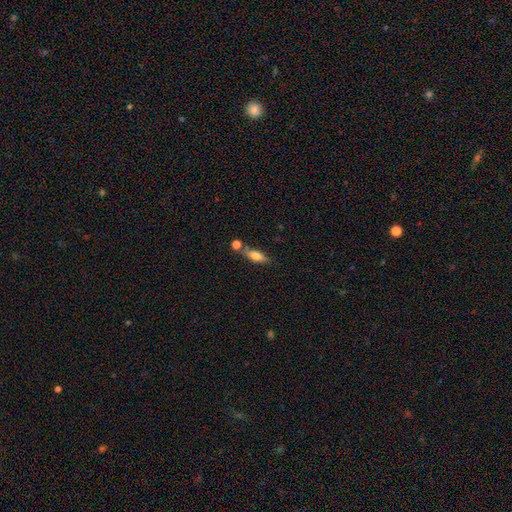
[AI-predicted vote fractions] Overall: smooth (71%). How rounded: in between (60%; cigar-shaped 36%). Merging: none (58%; merger 24%).